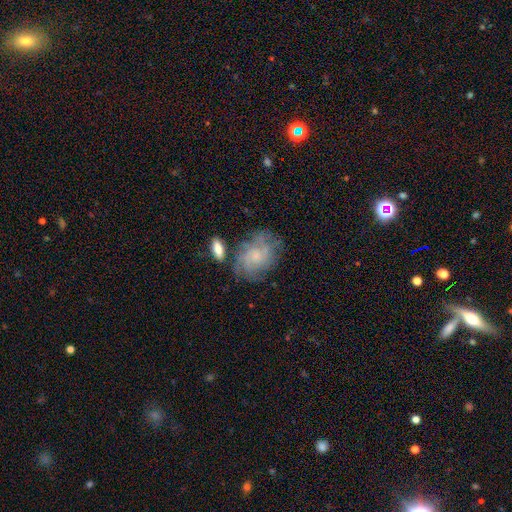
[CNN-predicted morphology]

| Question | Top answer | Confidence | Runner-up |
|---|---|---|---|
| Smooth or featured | featured or disk | 63% | smooth (28%) |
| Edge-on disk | no | 97% | yes (3%) |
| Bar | no | 76% | weak (21%) |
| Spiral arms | yes | 83% | no (17%) |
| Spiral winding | tight | 52% | medium (34%) |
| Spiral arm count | can't tell | 50% | 3 (15%) |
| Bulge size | small | 65% | moderate (22%) |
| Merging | none | 61% | minor disturbance (21%) |